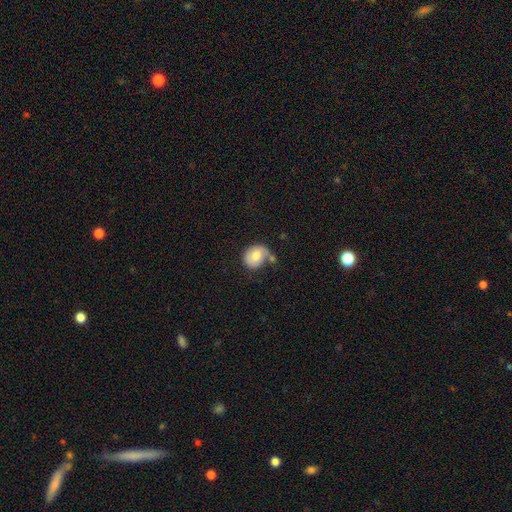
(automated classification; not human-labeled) A smooth galaxy with no disk features (65%) that is round (61%). Merging: none (47%).